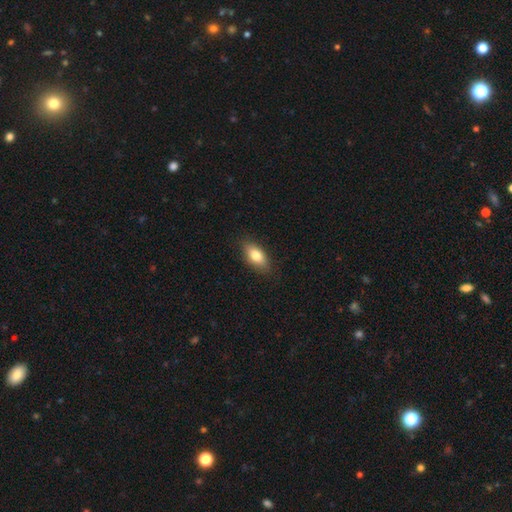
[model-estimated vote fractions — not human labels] Morphology: type=smooth (79%); roundness=in between (87%); merging=none (86%).